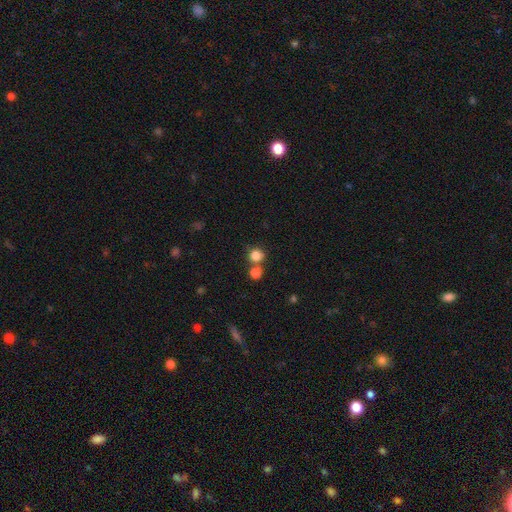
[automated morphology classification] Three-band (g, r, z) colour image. It shows a smooth galaxy with no disk features (82%) that is round (90%). Merging: none (61%).